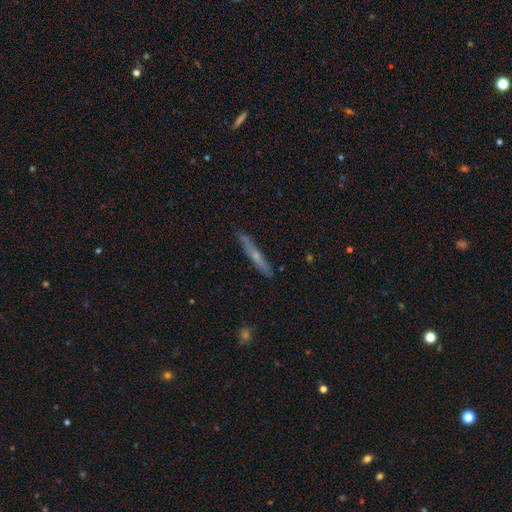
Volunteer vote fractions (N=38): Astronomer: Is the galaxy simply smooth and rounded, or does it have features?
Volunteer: featured or disk — 58% (runner-up: smooth, 37%).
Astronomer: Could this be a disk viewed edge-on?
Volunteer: yes — 100%.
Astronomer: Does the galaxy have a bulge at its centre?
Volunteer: rounded — 73%.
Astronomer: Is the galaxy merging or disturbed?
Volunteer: none — 86%.